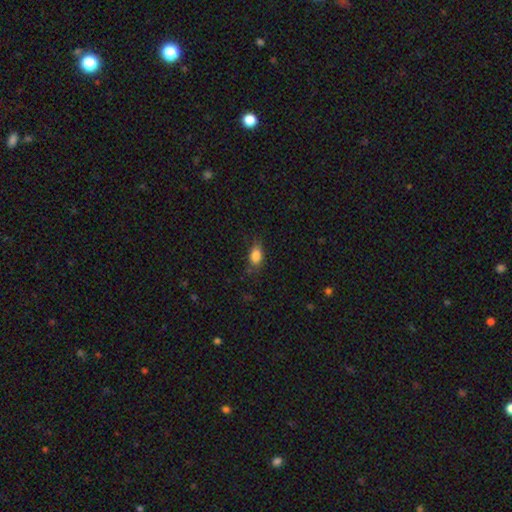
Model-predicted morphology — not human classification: A smooth galaxy with no disk features (84%) that is in between round and cigar-shaped (83%).

Vote fractions:
- Smooth or featured? smooth: 84% / star or artifact: 9% / featured or disk: 7%
- How rounded? in between: 83% / round: 12% / cigar-shaped: 5%
- Merging? none: 74% / minor disturbance: 19% / major disturbance: 5% / merger: 1%